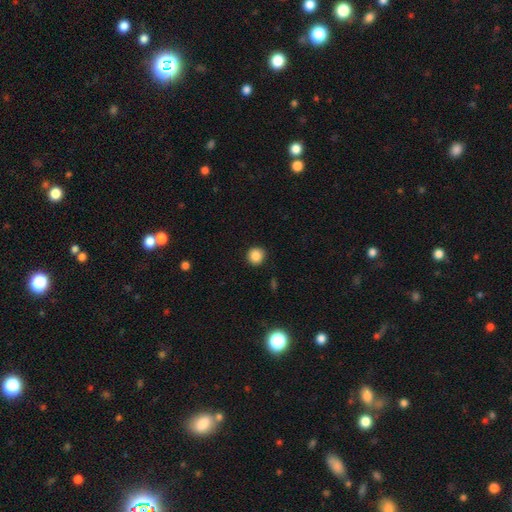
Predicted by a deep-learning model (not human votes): Smooth or featured? Predicted: smooth (p=0.87). How rounded? Predicted: round (p=0.91). Merging? Predicted: none (p=0.91).